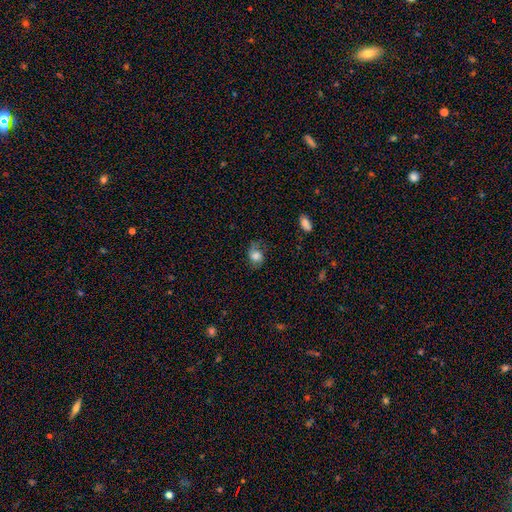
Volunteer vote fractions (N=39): Smooth or featured: smooth — 77% (star or artifact — 13%)
How rounded: round — 53% (in between — 47%)
Merging: none — 44% (minor disturbance — 29%)